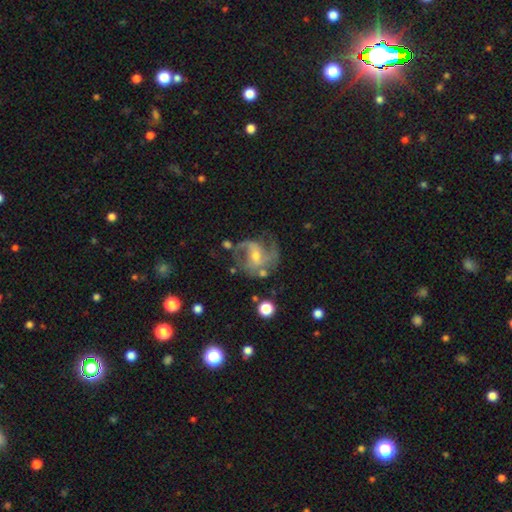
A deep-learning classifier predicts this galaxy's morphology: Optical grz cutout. It shows a featured or disk galaxy (83%) with a weak bar (45%), 2 (66%) medium (52%) spiral arms (94%) and a small central bulge (49%). Merging: none (55%).